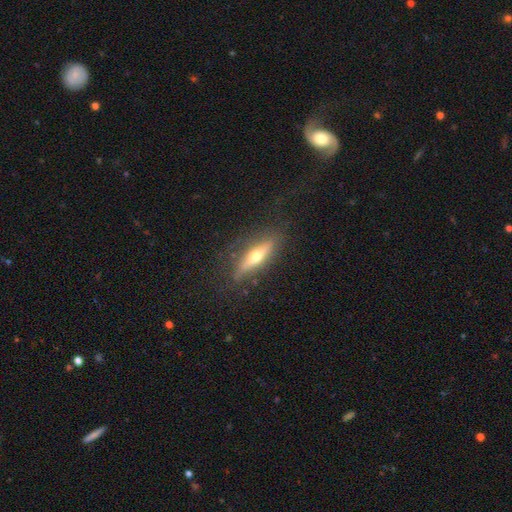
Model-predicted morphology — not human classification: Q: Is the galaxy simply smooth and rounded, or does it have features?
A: featured or disk — 60%.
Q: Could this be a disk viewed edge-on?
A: yes — 89%.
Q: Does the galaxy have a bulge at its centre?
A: rounded — 92%.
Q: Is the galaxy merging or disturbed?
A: none — 82%.